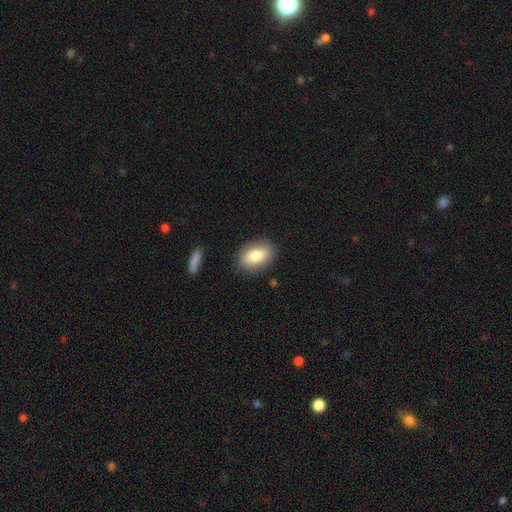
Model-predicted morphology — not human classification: type=smooth (77%); roundness=in between (83%); merging=none (85%).